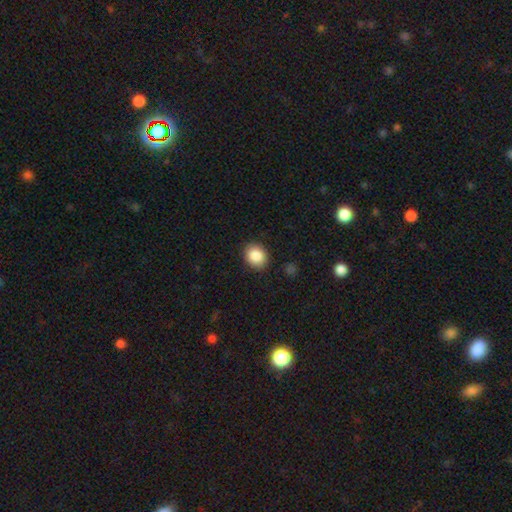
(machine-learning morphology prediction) This appears to be a smooth galaxy with no disk features (87%) that is round (64%). Merging: none (89%).